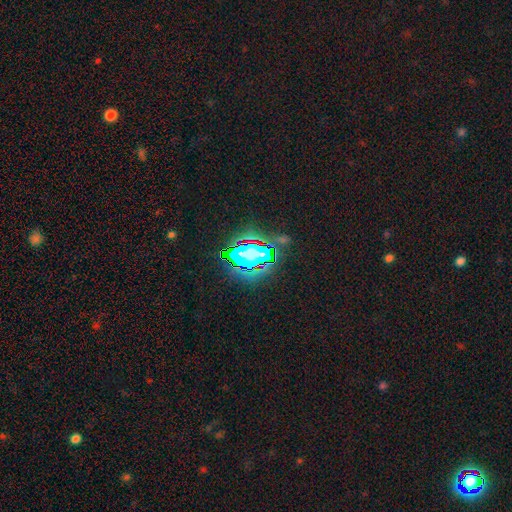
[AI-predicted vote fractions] Smooth or featured?
  - star or artifact: 75% *
  - smooth: 14%
  - featured or disk: 11%